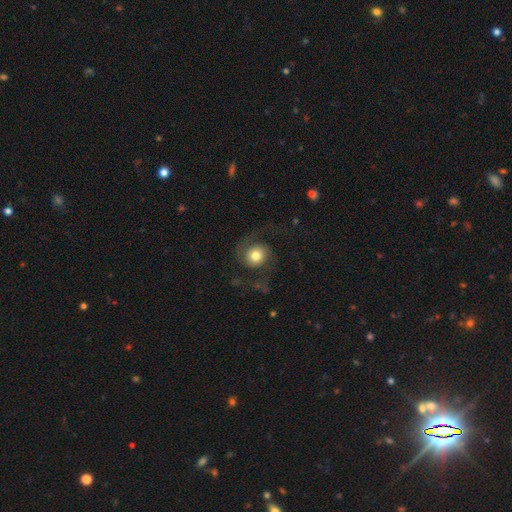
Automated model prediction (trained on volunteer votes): Smooth or featured: featured or disk — 49% (smooth — 42%)
Merging: none — 61% (major disturbance — 24%)